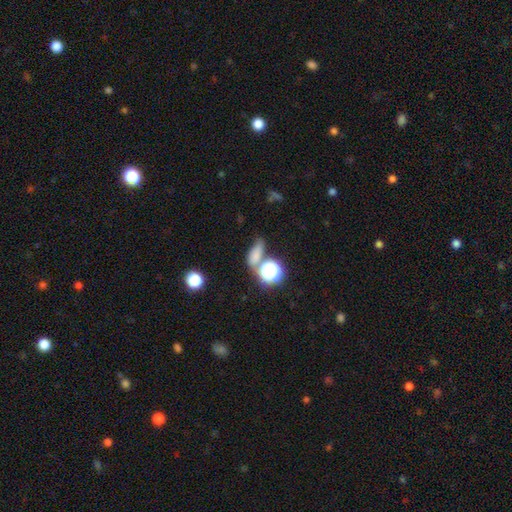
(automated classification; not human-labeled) This appears to be a smooth galaxy with no disk features (68%) that is in between round and cigar-shaped (56%). Merging: none (52%).